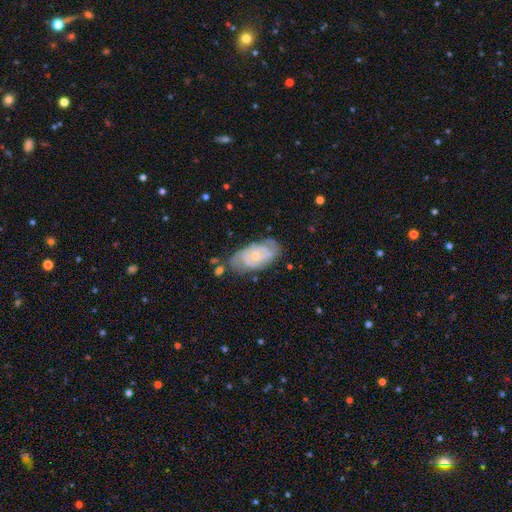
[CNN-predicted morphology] smooth_or_featured: featured or disk (p=0.75) [alt: smooth p=0.19]
disk_edge_on: no (p=0.95) [alt: yes p=0.05]
bar: no (p=0.65) [alt: weak p=0.30]
has_spiral_arms: yes (p=0.88) [alt: no p=0.12]
spiral_winding: tight (p=0.59) [alt: medium p=0.32]
spiral_arm_count: 2 (p=0.46) [alt: can't tell p=0.33]
bulge_size: small (p=0.67) [alt: moderate p=0.28]
merging: none (p=0.63) [alt: minor disturbance p=0.25]